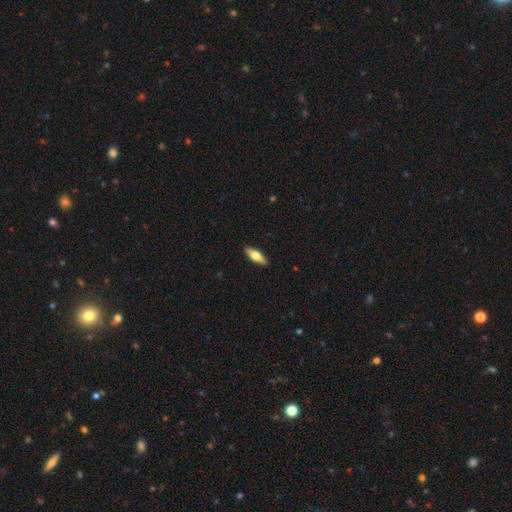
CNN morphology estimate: A smooth galaxy with no disk features (62%) that is in between round and cigar-shaped (58%).

Vote fractions:
- Smooth or featured? smooth: 62% / featured or disk: 33% / star or artifact: 6%
- How rounded? in between: 58% / cigar-shaped: 39% / round: 2%
- Merging? none: 90% / minor disturbance: 7% / major disturbance: 2% / merger: 1%